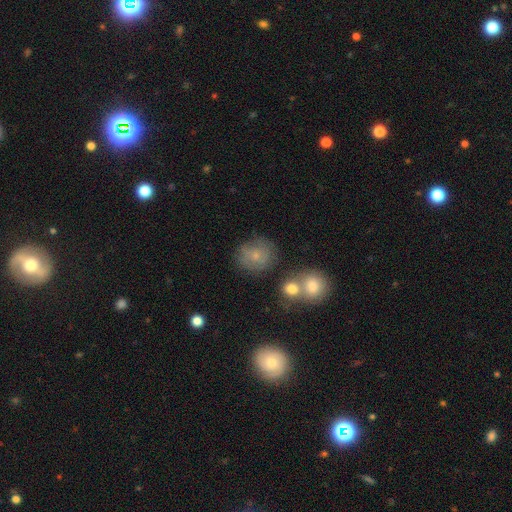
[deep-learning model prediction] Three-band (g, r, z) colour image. It shows a smooth galaxy with no disk features (63%) that is round (78%). Merging: none (65%).